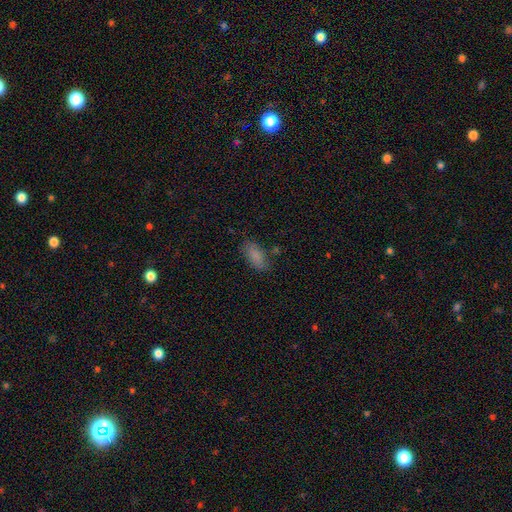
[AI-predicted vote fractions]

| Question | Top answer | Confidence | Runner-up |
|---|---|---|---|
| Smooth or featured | smooth | 84% | star or artifact (8%) |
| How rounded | in between | 91% | cigar-shaped (7%) |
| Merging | none | 74% | minor disturbance (18%) |